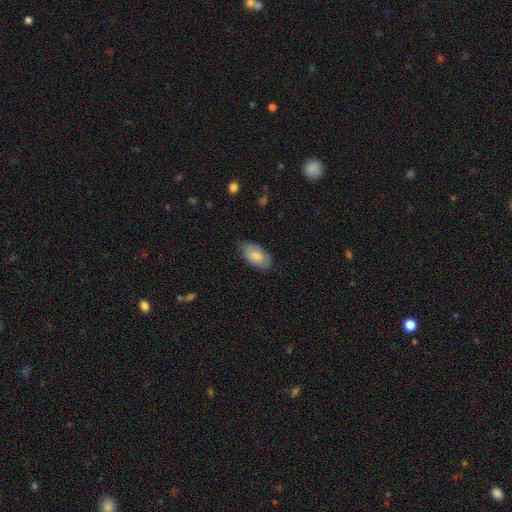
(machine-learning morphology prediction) smooth-or-featured: smooth: 79% | featured or disk: 15% | star or artifact: 6%
  how-rounded: in between: 94% | round: 3% | cigar-shaped: 3%
  merging: none: 72% | minor disturbance: 23% | major disturbance: 4% | merger: 1%